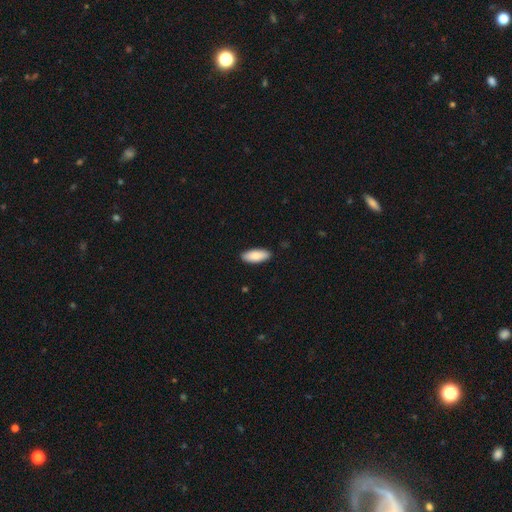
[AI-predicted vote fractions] Smooth or featured? smooth (87%)
How rounded? in between (81%)
Merging? none (90%)